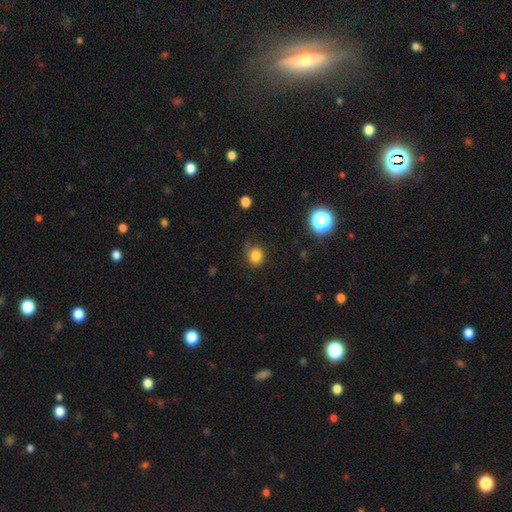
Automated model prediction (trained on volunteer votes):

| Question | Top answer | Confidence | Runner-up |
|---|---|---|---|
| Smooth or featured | smooth | 81% | star or artifact (12%) |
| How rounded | round | 81% | in between (18%) |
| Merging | none | 64% | minor disturbance (23%) |